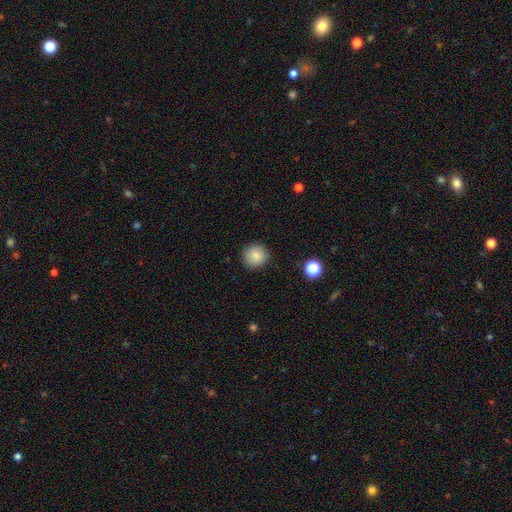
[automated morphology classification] A smooth galaxy with no disk features (85%) that is round (91%). Merging: none (90%).